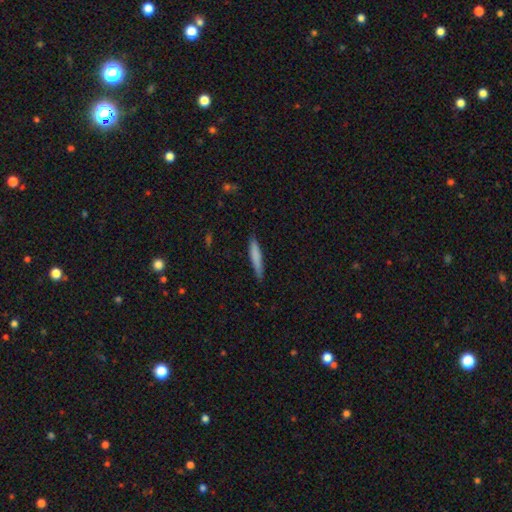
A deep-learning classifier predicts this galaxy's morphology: Smooth or featured: smooth — 77% (featured or disk — 17%)
How rounded: cigar-shaped — 92% (in between — 7%)
Merging: none — 84% (minor disturbance — 13%)